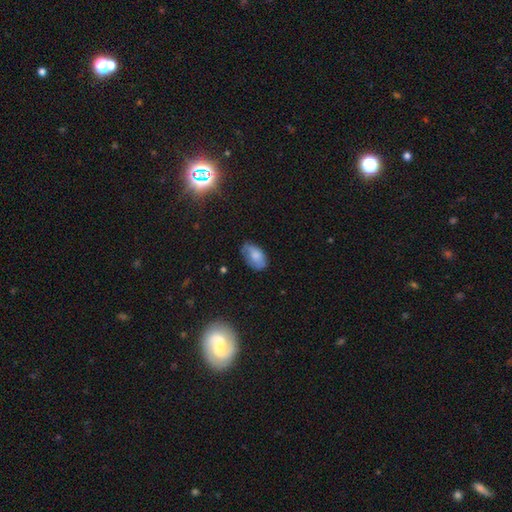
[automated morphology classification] This is likely a smooth galaxy (74%). How rounded: clearly in between (93%). Merging: likely none (63%).